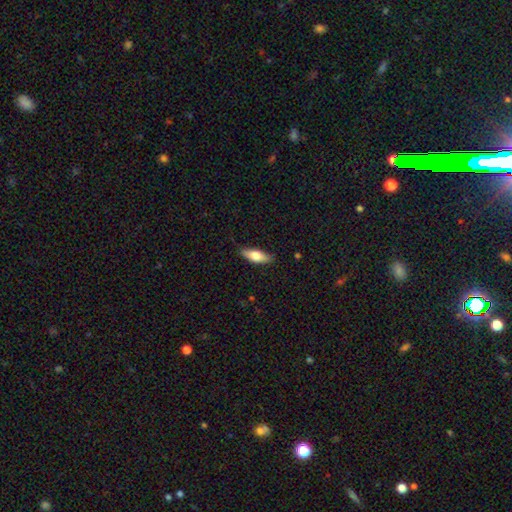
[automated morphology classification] Q: Smooth or featured?
A: smooth (66%); runner-up: featured or disk (28%)
Q: How rounded?
A: in between (65%); runner-up: cigar-shaped (32%)
Q: Merging?
A: none (83%); runner-up: minor disturbance (13%)